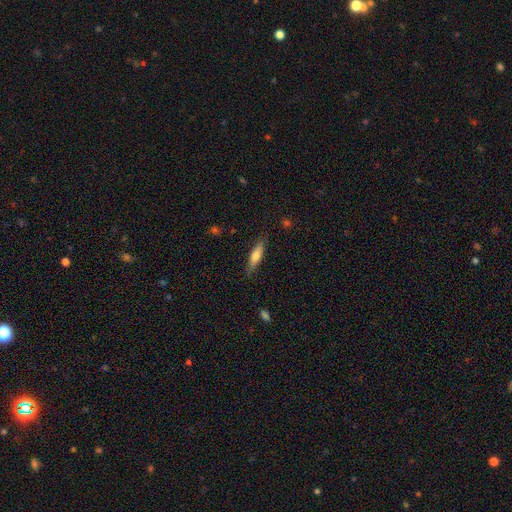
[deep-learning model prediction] A smooth galaxy with no disk features (65%) that is cigar-shaped (70%).

Vote fractions:
- Smooth or featured? smooth: 65% / featured or disk: 29% / star or artifact: 6%
- How rounded? cigar-shaped: 70% / in between: 28% / round: 2%
- Merging? none: 84% / minor disturbance: 12% / major disturbance: 3% / merger: 1%